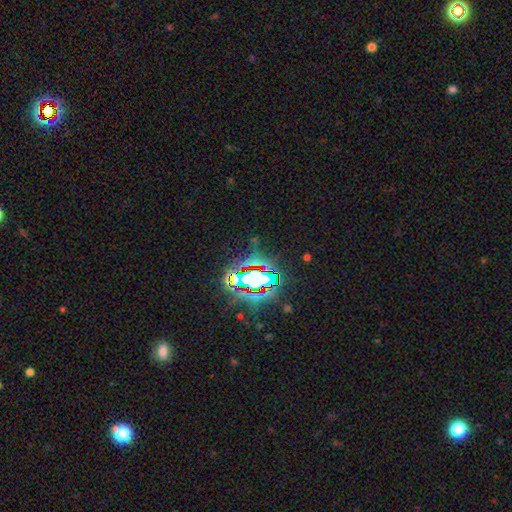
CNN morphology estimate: smooth-or-featured: star or artifact: 79% | smooth: 12% | featured or disk: 9%